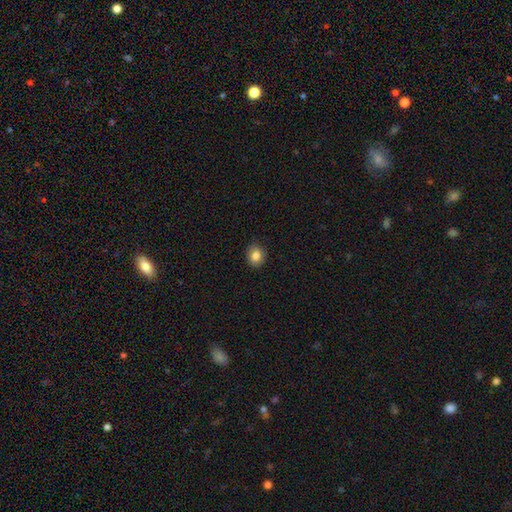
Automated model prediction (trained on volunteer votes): Smooth or featured?
  - smooth: 83% *
  - star or artifact: 9%
  - featured or disk: 7%
How rounded?
  - round: 66% *
  - in between: 33%
  - cigar-shaped: 1%
Merging?
  - none: 87% *
  - minor disturbance: 10%
  - major disturbance: 2%
  - merger: 1%